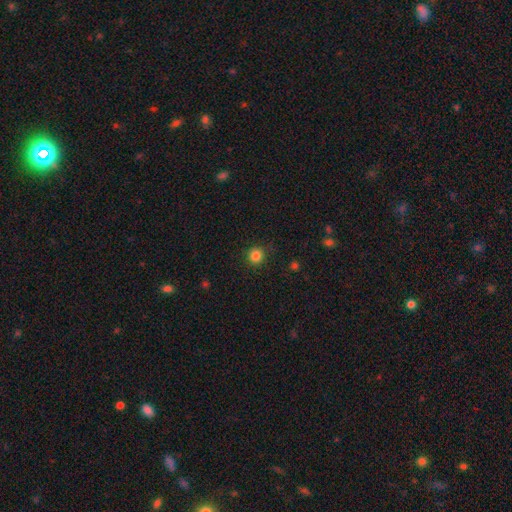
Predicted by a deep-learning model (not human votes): Q: Smooth or featured?
A: smooth (85%); runner-up: star or artifact (12%)
Q: How rounded?
A: round (94%); runner-up: in between (6%)
Q: Merging?
A: none (90%); runner-up: minor disturbance (7%)